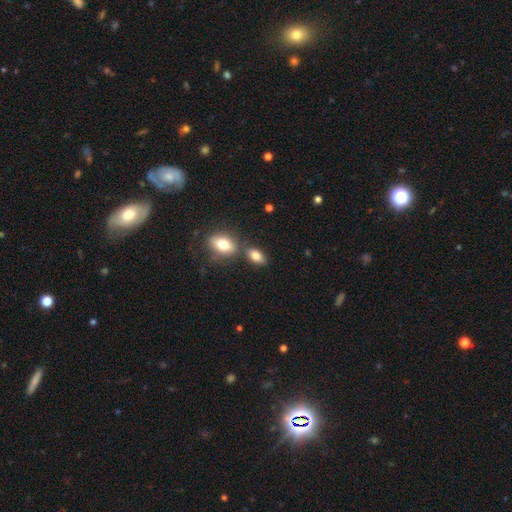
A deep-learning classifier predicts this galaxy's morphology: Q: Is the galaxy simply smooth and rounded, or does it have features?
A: smooth — 82%.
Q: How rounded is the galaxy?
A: in between — 88%.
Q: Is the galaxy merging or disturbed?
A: none — 63%.